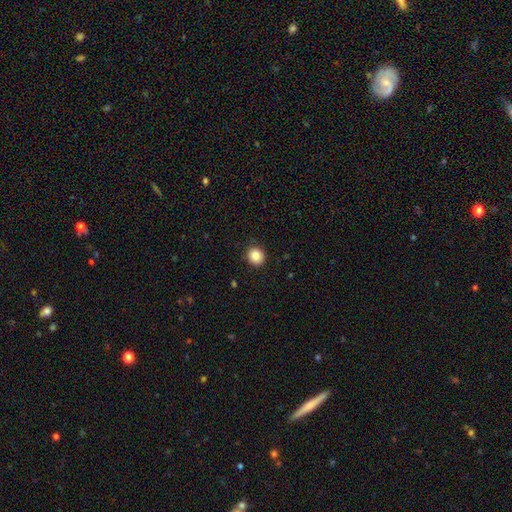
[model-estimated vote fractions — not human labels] Smooth or featured: smooth — 84% (star or artifact — 10%)
How rounded: round — 84% (in between — 15%)
Merging: none — 90% (minor disturbance — 8%)